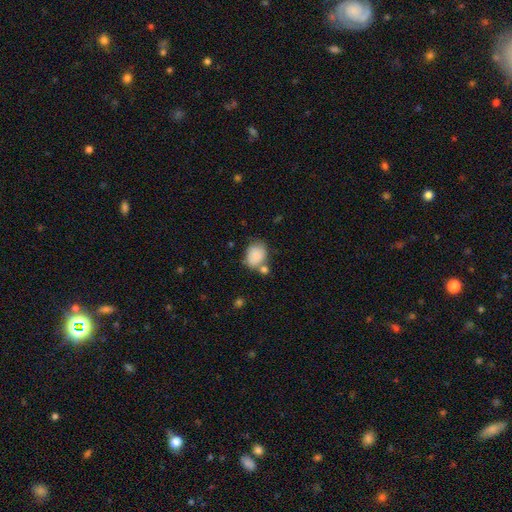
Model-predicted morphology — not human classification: Smooth or featured? smooth (80%)
How rounded? in between (58%)
Merging? none (43%)